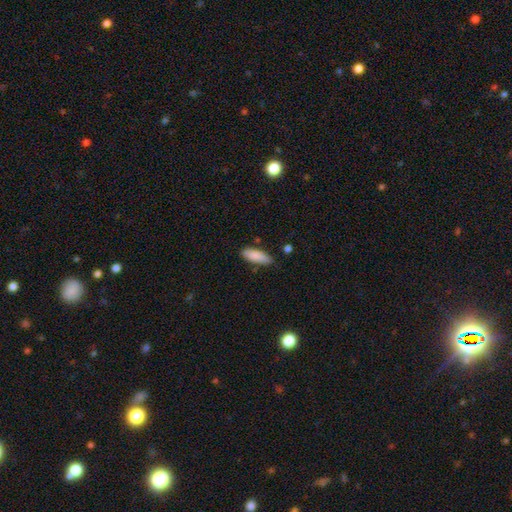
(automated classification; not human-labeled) A smooth galaxy with no disk features (87%) that is in between round and cigar-shaped (66%). Merging: none (75%).